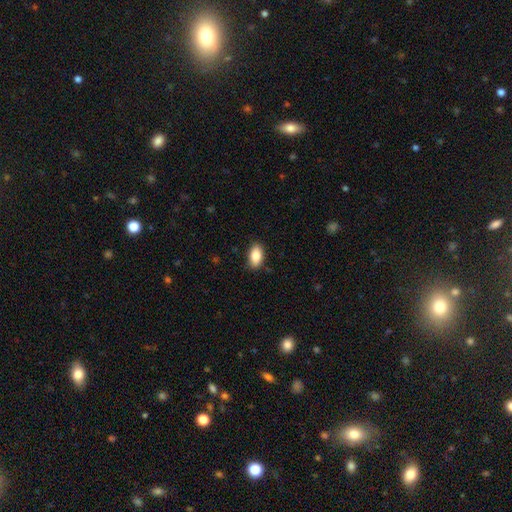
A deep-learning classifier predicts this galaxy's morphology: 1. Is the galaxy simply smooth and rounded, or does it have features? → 86% smooth, 7% star or artifact, 7% featured or disk.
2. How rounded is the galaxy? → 92% in between, 5% round, 3% cigar-shaped.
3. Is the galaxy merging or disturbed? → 85% none, 11% minor disturbance, 2% major disturbance, 1% merger.